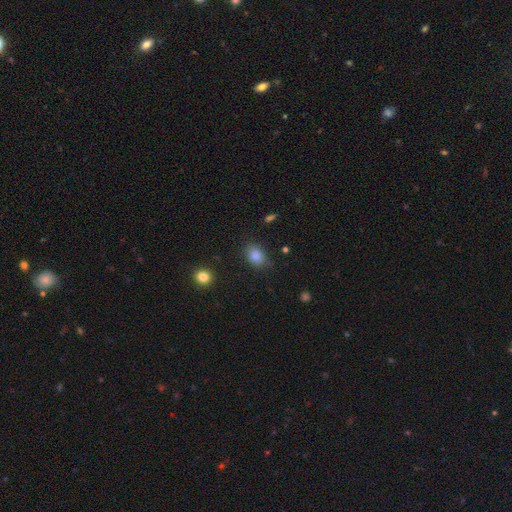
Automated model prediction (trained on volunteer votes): This appears to be a smooth galaxy with no disk features (85%) that is in between round and cigar-shaped (76%). Merging: none (74%).